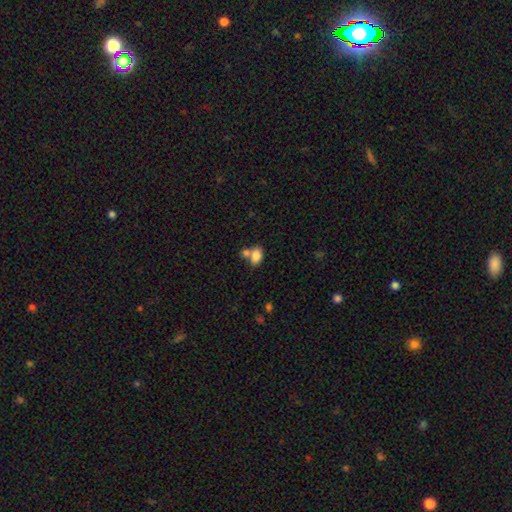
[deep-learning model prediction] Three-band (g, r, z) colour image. It shows a smooth galaxy with no disk features (83%) that is in between round and cigar-shaped (86%). Merging: merger (43%).